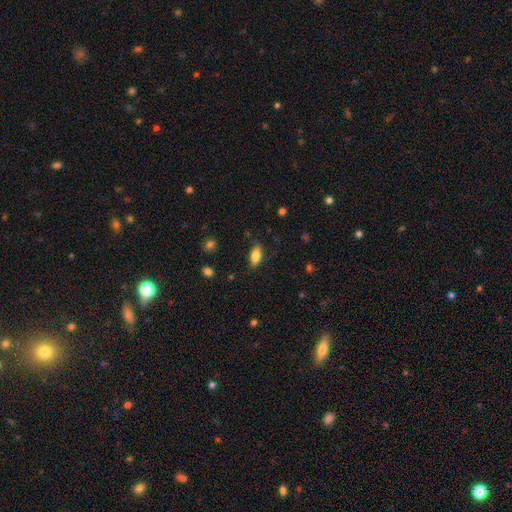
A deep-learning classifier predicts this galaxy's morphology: Q: Smooth or featured?
A: smooth (82%); runner-up: featured or disk (10%)
Q: How rounded?
A: in between (86%); runner-up: cigar-shaped (11%)
Q: Merging?
A: none (80%); runner-up: minor disturbance (15%)